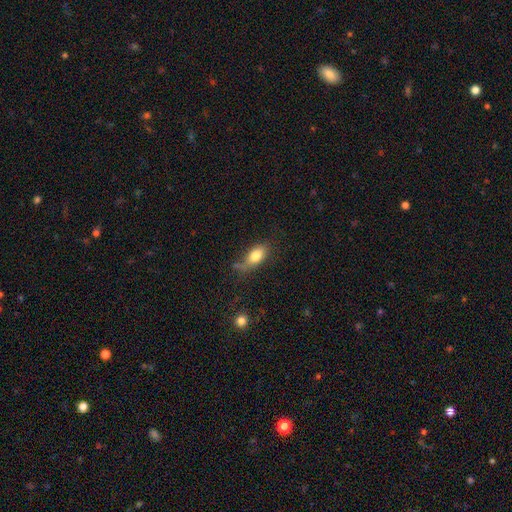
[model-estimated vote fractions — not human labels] Smooth or featured? smooth (79%)
How rounded? in between (85%)
Merging? none (54%)